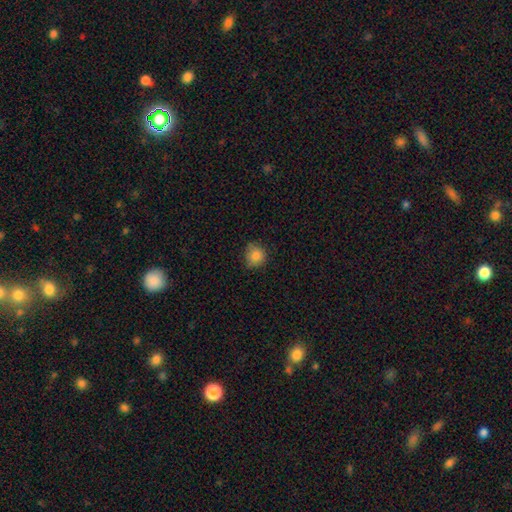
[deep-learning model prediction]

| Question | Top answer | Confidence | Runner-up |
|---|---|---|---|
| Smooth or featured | smooth | 84% | star or artifact (10%) |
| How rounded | round | 85% | in between (14%) |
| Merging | none | 77% | minor disturbance (19%) |